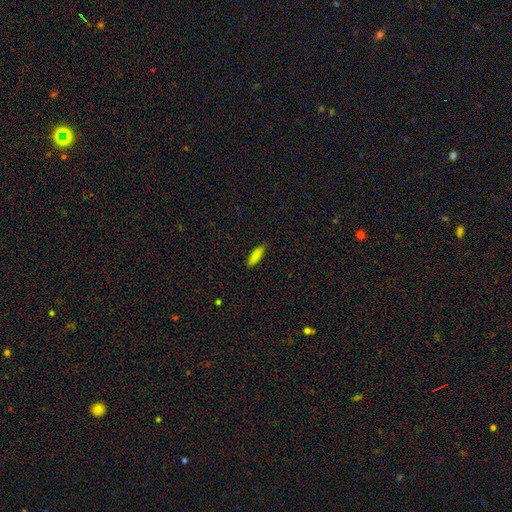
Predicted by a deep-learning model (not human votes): smooth-or-featured: smooth: 86% | star or artifact: 7% | featured or disk: 6%
  how-rounded: cigar-shaped: 50% | in between: 48% | round: 2%
  merging: none: 87% | minor disturbance: 10% | major disturbance: 2% | merger: 1%